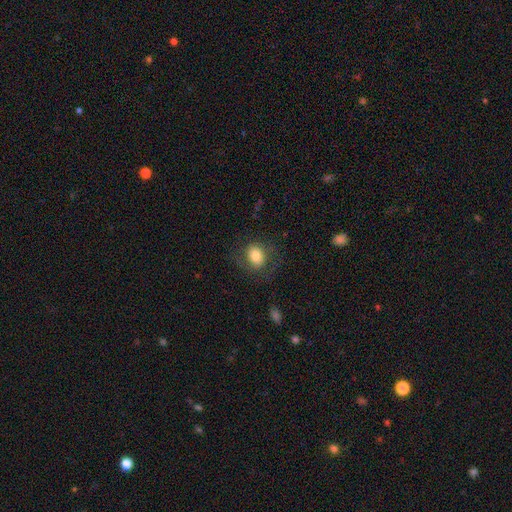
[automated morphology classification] The model was most divided on "how rounded": in between: 53%, round: 46%, cigar-shaped: 1%. More confident: smooth or featured — smooth (75%); merging — none (70%).